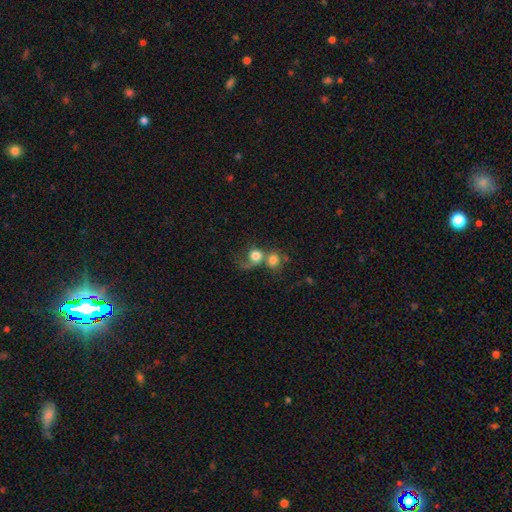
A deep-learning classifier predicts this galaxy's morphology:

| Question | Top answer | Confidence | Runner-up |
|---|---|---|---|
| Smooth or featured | smooth | 69% | featured or disk (21%) |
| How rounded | round | 77% | in between (22%) |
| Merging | merger | 60% | none (19%) |